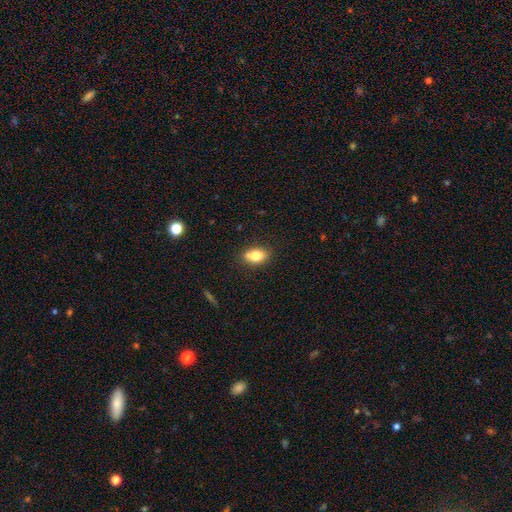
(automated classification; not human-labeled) A smooth galaxy with no disk features (76%) that is in between round and cigar-shaped (81%). Merging: none (80%).